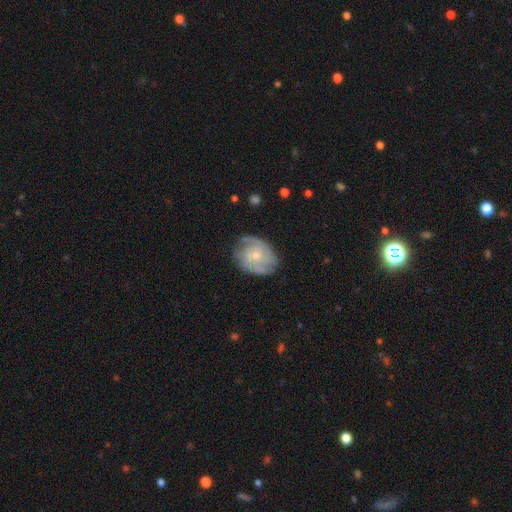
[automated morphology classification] Smooth or featured: featured or disk — 73% (smooth — 22%)
Edge-on disk: no — 97% (yes — 3%)
Bar: no — 74% (weak — 23%)
Spiral arms: yes — 90% (no — 10%)
Spiral winding: tight — 48% (medium — 39%)
Spiral arm count: 2 — 34% (can't tell — 29%)
Bulge size: small — 62% (moderate — 32%)
Merging: none — 69% (minor disturbance — 22%)